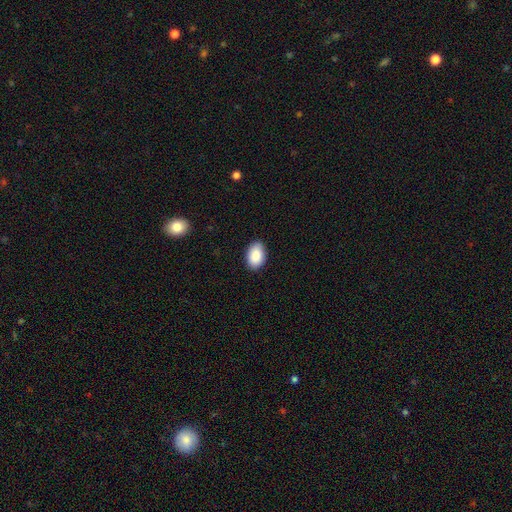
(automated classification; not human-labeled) smooth_or_featured: smooth (p=0.89) [alt: star or artifact p=0.07]
how_rounded: in between (p=0.90) [alt: round p=0.09]
merging: none (p=0.88) [alt: minor disturbance p=0.09]